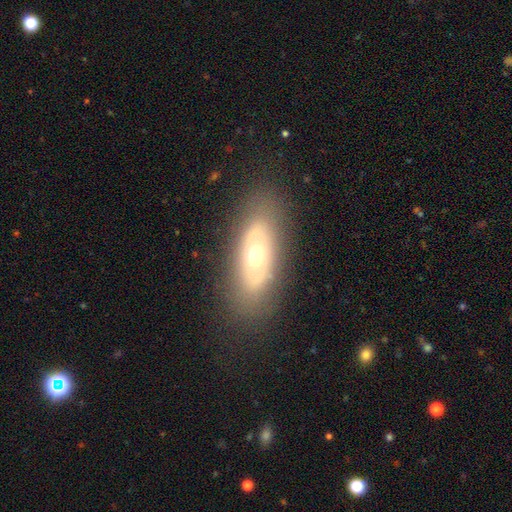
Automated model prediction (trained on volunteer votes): Q: Smooth or featured?
A: featured or disk (47%); runner-up: smooth (45%)
Q: Merging?
A: none (79%); runner-up: minor disturbance (13%)